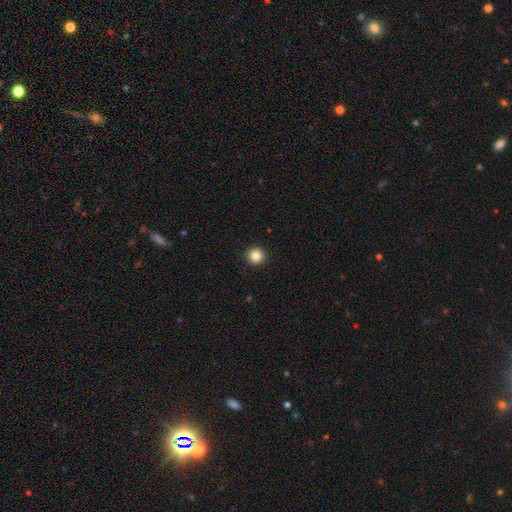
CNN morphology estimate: This is clearly a smooth galaxy (85%). How rounded: clearly round (95%). Merging: clearly none (94%).